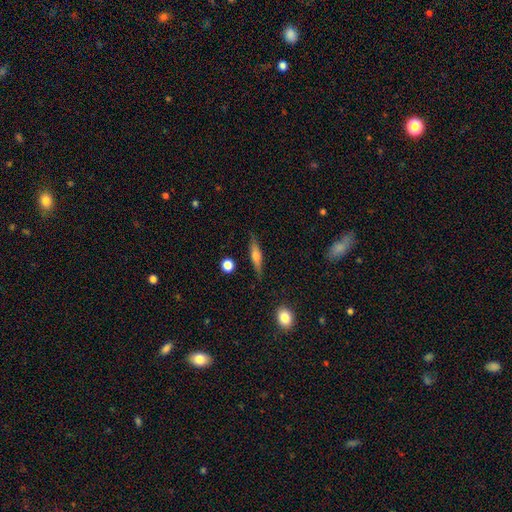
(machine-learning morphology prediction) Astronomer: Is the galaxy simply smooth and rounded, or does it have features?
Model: featured or disk — 47% (runner-up: smooth, 45%).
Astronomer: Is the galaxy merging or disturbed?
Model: none — 85%.